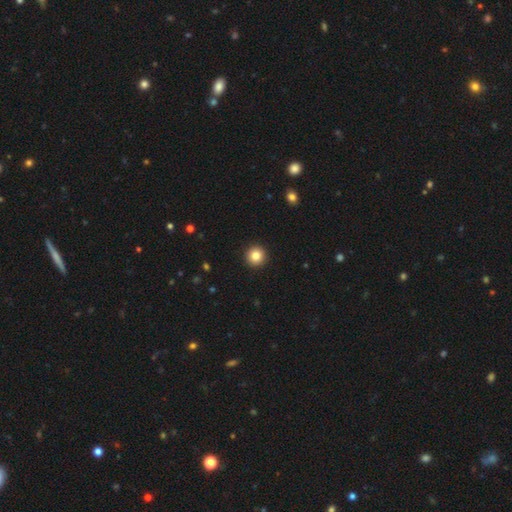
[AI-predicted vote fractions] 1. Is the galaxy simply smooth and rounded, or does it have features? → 83% smooth, 10% star or artifact, 7% featured or disk.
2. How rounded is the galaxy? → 96% round, 3% in between, 1% cigar-shaped.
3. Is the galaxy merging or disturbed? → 93% none, 4% minor disturbance, 1% major disturbance, 1% merger.